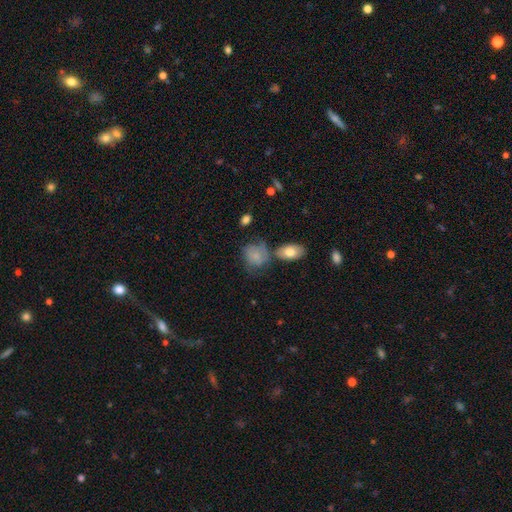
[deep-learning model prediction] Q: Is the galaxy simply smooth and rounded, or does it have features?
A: smooth — 71%.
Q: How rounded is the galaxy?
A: round — 54%.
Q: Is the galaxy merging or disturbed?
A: none — 42%.